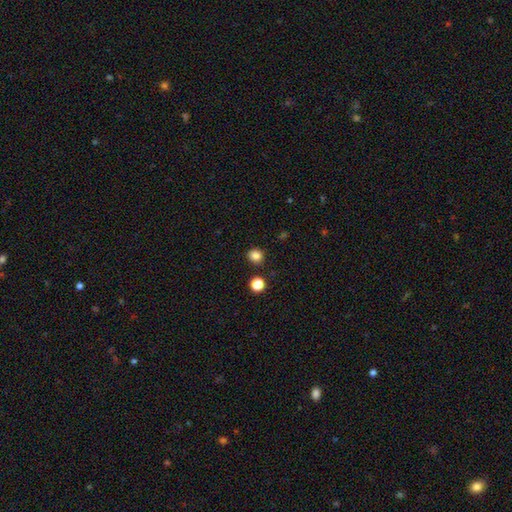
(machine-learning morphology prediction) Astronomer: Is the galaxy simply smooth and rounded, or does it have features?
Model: smooth — 84%.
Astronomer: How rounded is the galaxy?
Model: round — 84%.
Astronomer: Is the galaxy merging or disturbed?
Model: none — 88%.